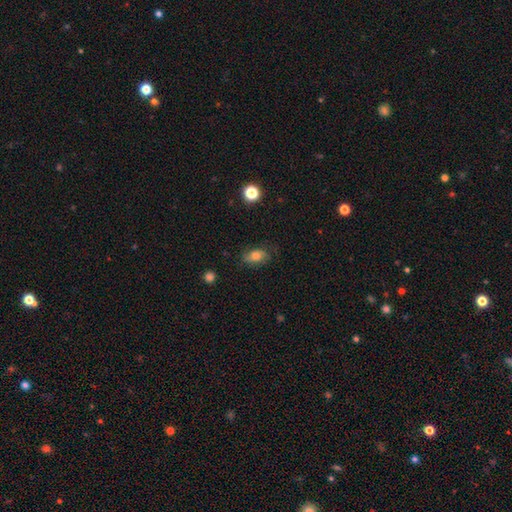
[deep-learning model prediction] The model was most divided on "merging": none: 70%, minor disturbance: 22%, major disturbance: 7%, merger: 1%. More confident: how rounded — in between (84%); smooth or featured — smooth (70%).